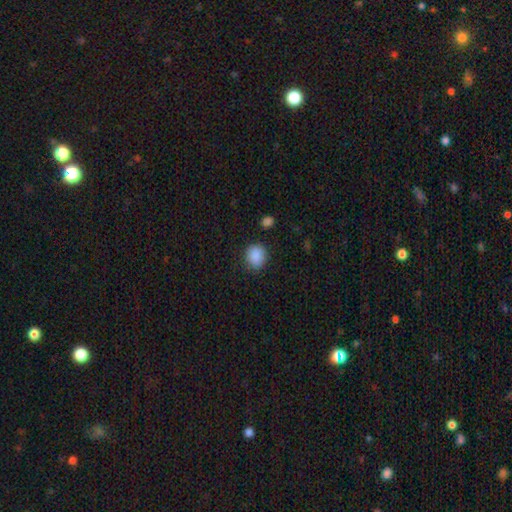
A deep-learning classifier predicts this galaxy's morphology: smooth-or-featured: smooth: 88% | star or artifact: 9% | featured or disk: 3%
  how-rounded: round: 74% | in between: 25% | cigar-shaped: 1%
  merging: none: 84% | minor disturbance: 11% | major disturbance: 3% | merger: 2%